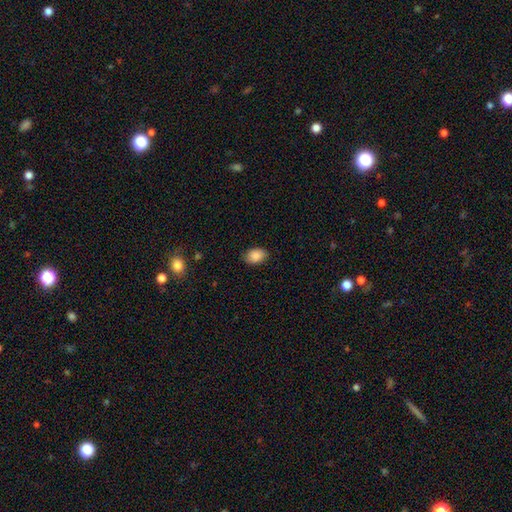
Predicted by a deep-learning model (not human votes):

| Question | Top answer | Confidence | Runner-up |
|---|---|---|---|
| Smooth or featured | smooth | 88% | star or artifact (7%) |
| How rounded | in between | 80% | round (19%) |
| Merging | none | 84% | minor disturbance (13%) |